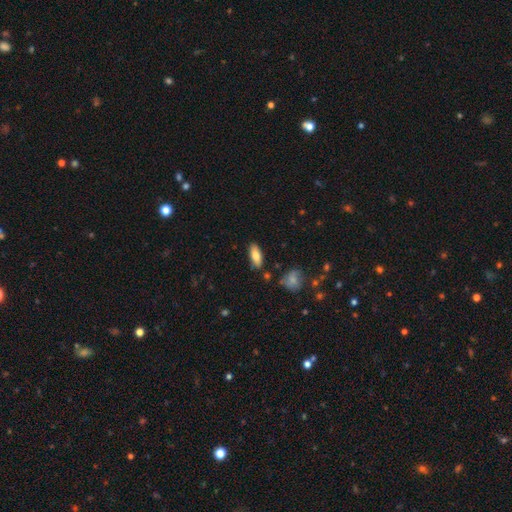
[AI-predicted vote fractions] Overall: smooth (78%). How rounded: in between (73%). Merging: none (83%).